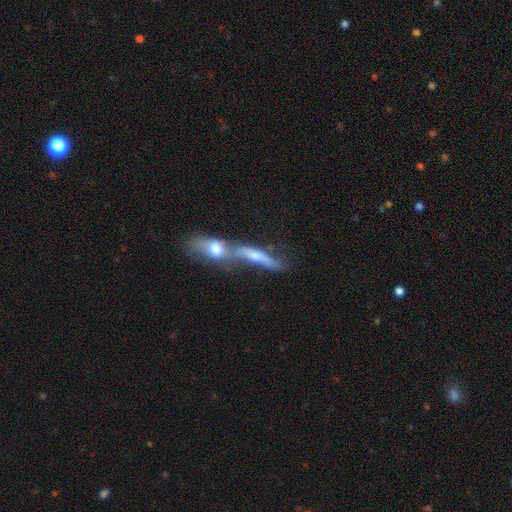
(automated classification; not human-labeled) Smooth or featured? featured or disk (47%)
Merging? merger (73%)